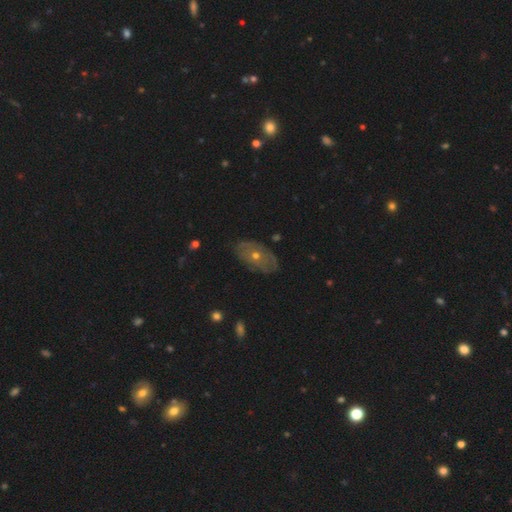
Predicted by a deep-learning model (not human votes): This is possibly a featured or disk galaxy (59%). It is clearly not viewed edge-on (89%). Bar: clearly no (91%). Spiral arm pattern: likely no (61%). Central bulge: possibly moderate (52%). Merging: likely none (78%).